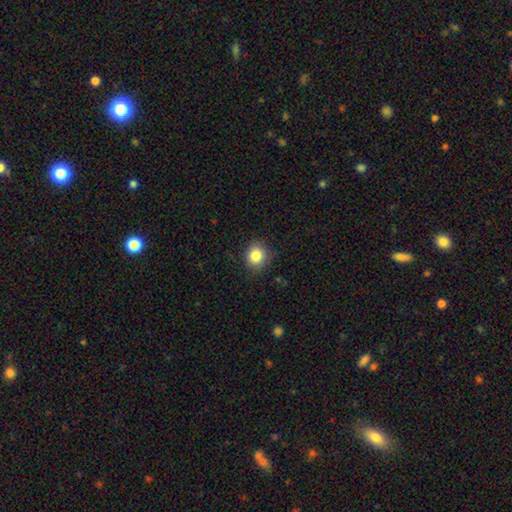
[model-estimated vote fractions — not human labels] A smooth galaxy with no disk features (84%) that is round (81%).

Vote fractions:
- Smooth or featured? smooth: 84% / star or artifact: 10% / featured or disk: 6%
- How rounded? round: 81% / in between: 19% / cigar-shaped: 1%
- Merging? none: 85% / minor disturbance: 12% / major disturbance: 3% / merger: 1%